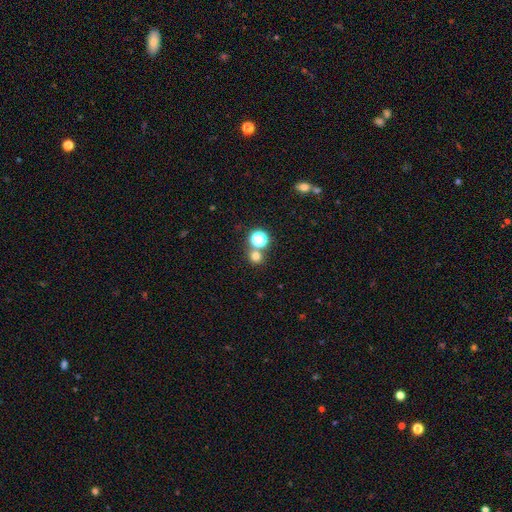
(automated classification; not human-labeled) This is likely a smooth galaxy (70%). How rounded: clearly round (88%). Merging: likely none (69%).